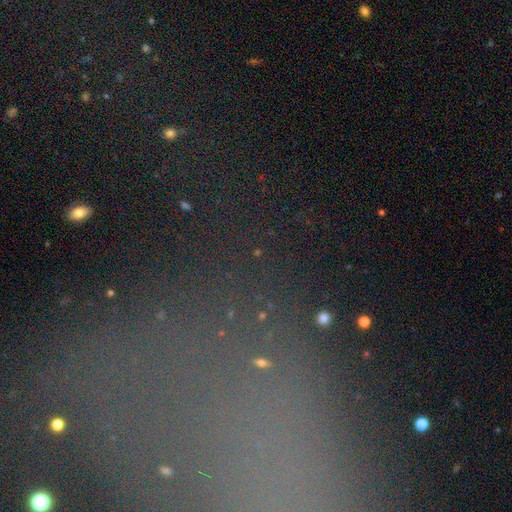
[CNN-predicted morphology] The model was most divided on "smooth or featured": star or artifact: 67%, smooth: 18%, featured or disk: 15%.